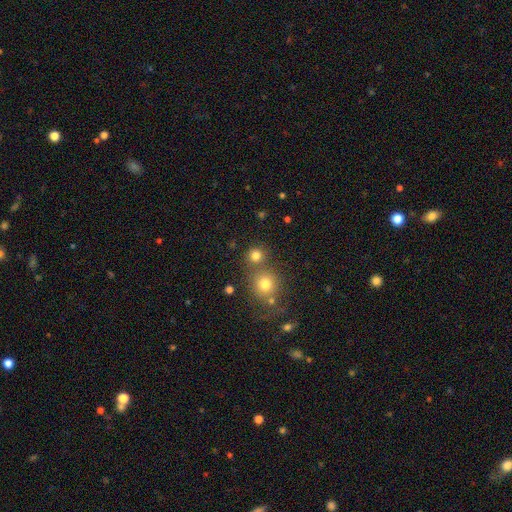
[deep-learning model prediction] Overall: smooth (78%). How rounded: round (89%). Merging: none (69%).